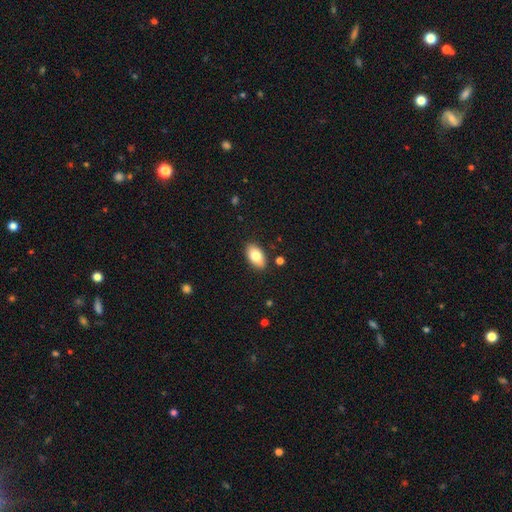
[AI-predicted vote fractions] smooth 79%, featured or disk 14%, star or artifact 7%. Down the decision tree: how rounded — in between (93%); merging — none (85%).